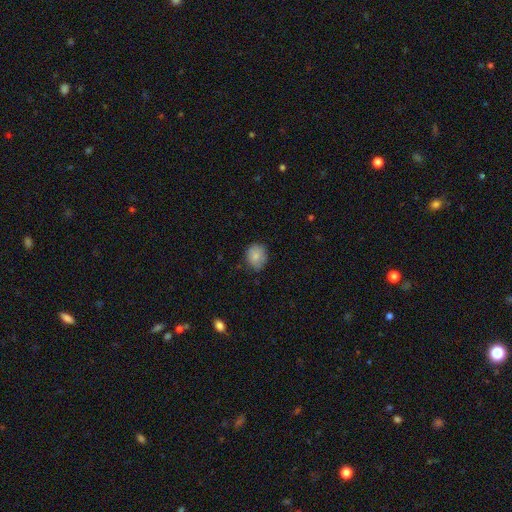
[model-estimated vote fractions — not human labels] Smooth or featured? Predicted: smooth (p=0.83). How rounded? Predicted: round (p=0.56). Merging? Predicted: none (p=0.74).